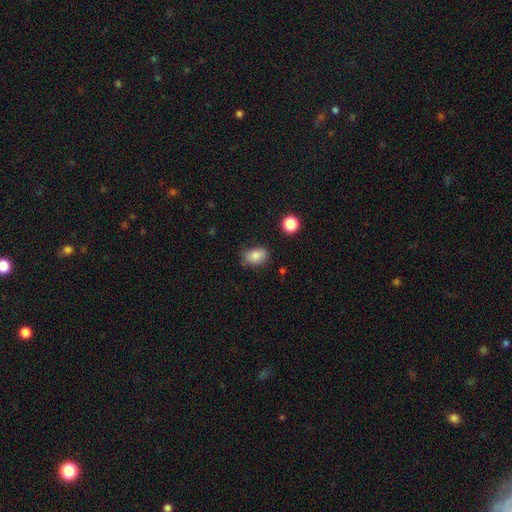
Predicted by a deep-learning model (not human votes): Overall: smooth (83%). How rounded: in between (80%). Merging: none (72%).